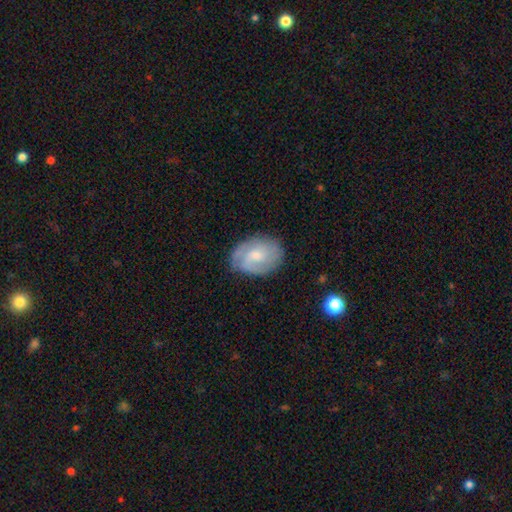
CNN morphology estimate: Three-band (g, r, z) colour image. It shows a featured or disk galaxy (62%) with no bar (56%), 2 (47%) tight (43%) spiral arms (86%) and a moderate central bulge (50%). Merging: none (72%).